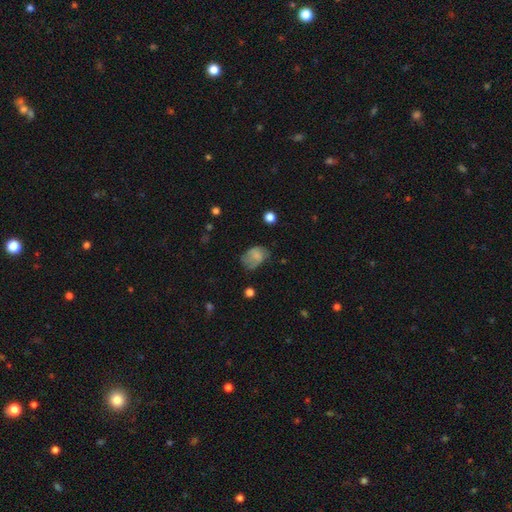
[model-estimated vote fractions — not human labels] Morphology: type=smooth (67%); roundness=in between (71%); merging=none (41%).